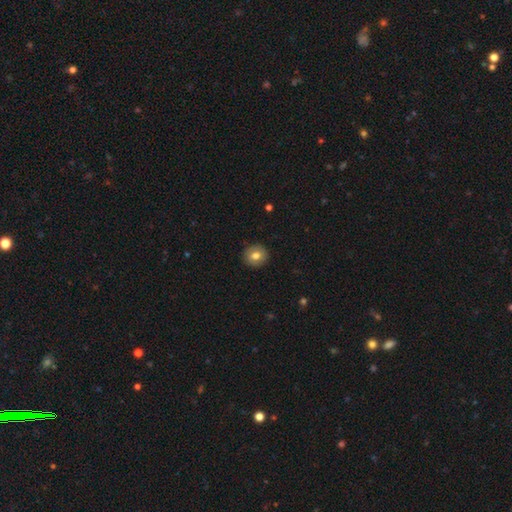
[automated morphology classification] A smooth galaxy with no disk features (78%) that is round (87%).

Vote fractions:
- Smooth or featured? smooth: 78% / featured or disk: 13% / star or artifact: 8%
- How rounded? round: 87% / in between: 12% / cigar-shaped: 1%
- Merging? none: 91% / minor disturbance: 6% / major disturbance: 2% / merger: 1%